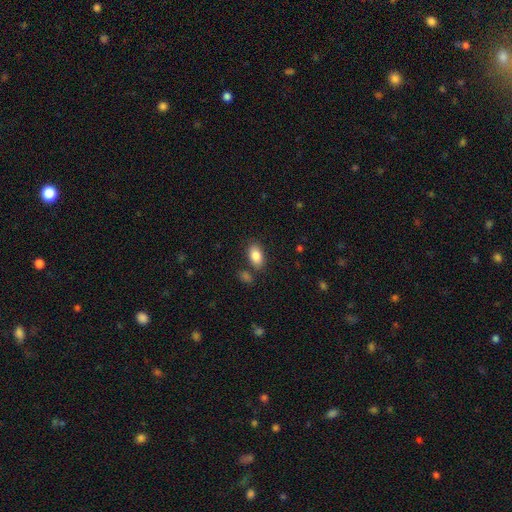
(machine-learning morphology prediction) A smooth galaxy with no disk features (86%) that is in between round and cigar-shaped (92%).

Vote fractions:
- Smooth or featured? smooth: 86% / star or artifact: 7% / featured or disk: 7%
- How rounded? in between: 92% / round: 6% / cigar-shaped: 2%
- Merging? none: 79% / minor disturbance: 11% / merger: 6% / major disturbance: 3%